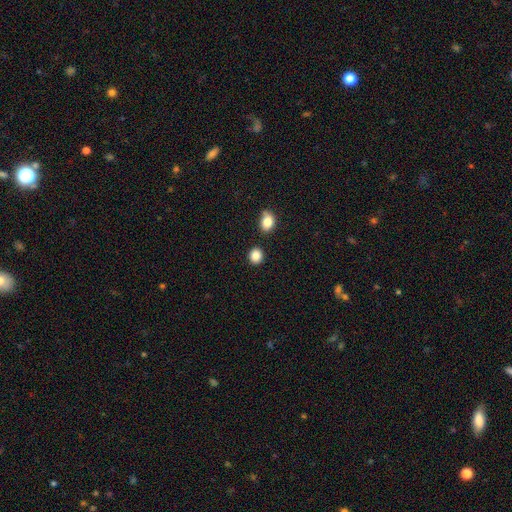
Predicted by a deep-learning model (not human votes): Morphology: type=smooth (86%); roundness=round (80%); merging=none (85%).